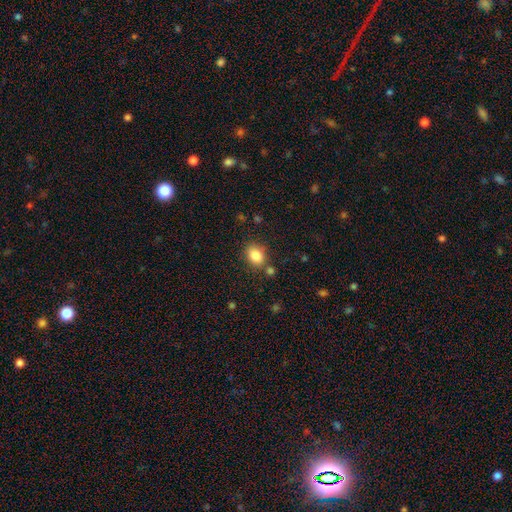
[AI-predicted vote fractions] smooth 84%, star or artifact 9%, featured or disk 7%. Down the decision tree: how rounded — in between (66%); merging — none (75%).